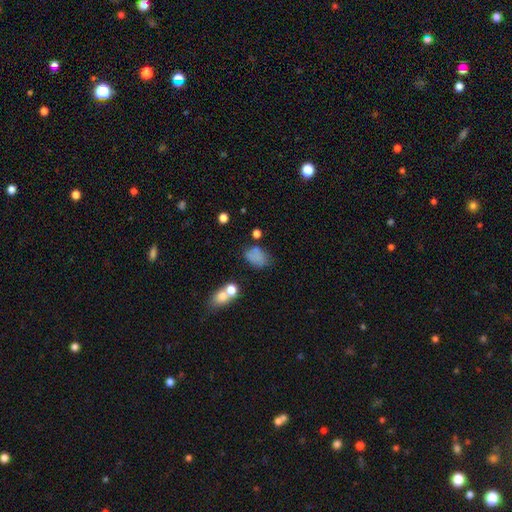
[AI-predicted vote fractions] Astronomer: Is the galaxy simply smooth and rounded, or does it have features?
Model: smooth — 74%.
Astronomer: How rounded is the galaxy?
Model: in between — 81%.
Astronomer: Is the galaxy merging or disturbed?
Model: none — 54%.